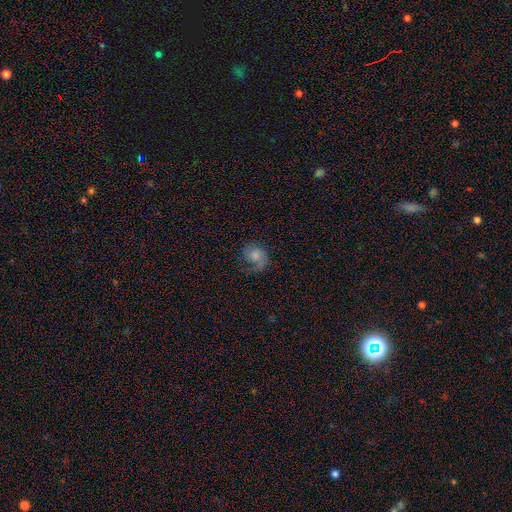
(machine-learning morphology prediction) smooth-or-featured: smooth: 48% | featured or disk: 41% | star or artifact: 11%
  merging: none: 44% | major disturbance: 31% | minor disturbance: 23% | merger: 2%